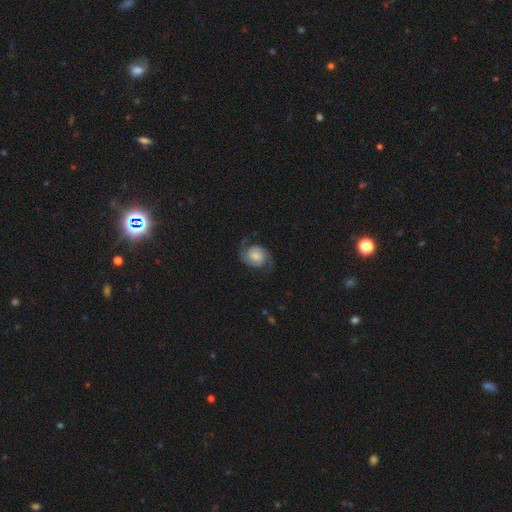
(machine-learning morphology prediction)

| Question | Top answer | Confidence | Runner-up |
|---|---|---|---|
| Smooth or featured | featured or disk | 80% | smooth (14%) |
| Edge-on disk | no | 98% | yes (2%) |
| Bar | no | 68% | weak (27%) |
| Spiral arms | yes | 97% | no (3%) |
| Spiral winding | medium | 47% | loose (33%) |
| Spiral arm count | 2 | 93% | can't tell (2%) |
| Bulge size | moderate | 27% | tied: small (27%) |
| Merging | none | 77% | minor disturbance (15%) |